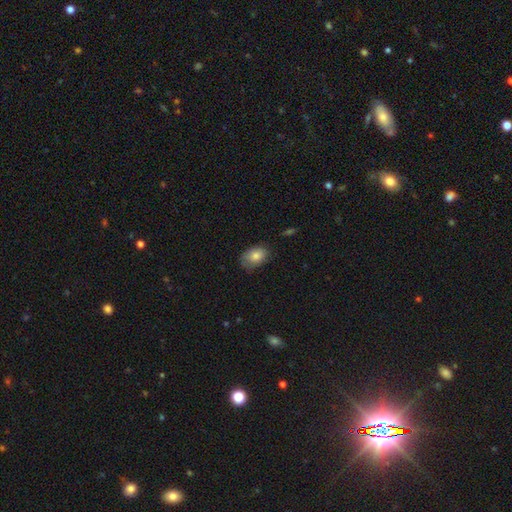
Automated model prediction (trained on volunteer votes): The model was most divided on "merging": none: 65%, minor disturbance: 27%, major disturbance: 6%, merger: 1%. More confident: how rounded — in between (83%); smooth or featured — smooth (82%).